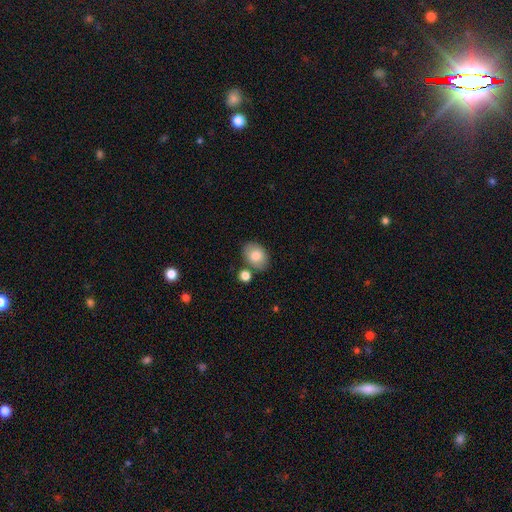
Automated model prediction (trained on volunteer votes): This is clearly a smooth galaxy (81%). How rounded: likely in between (77%). Merging: likely none (73%).